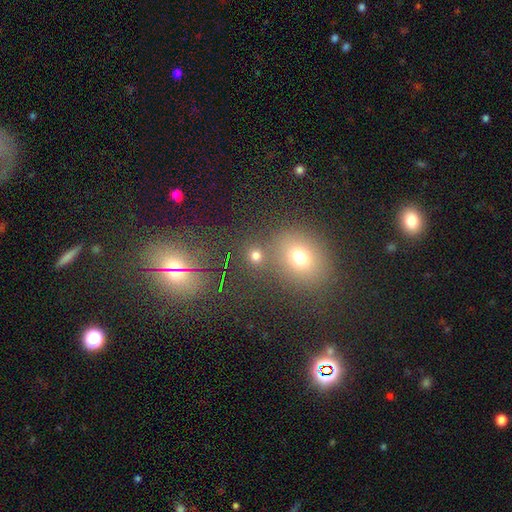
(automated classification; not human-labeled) The model was most divided on "smooth or featured": smooth: 68%, star or artifact: 25%, featured or disk: 7%. More confident: how rounded — round (84%); merging — none (72%).